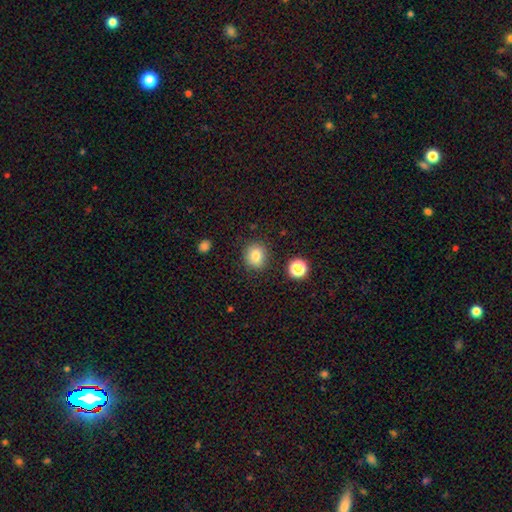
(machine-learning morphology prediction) smooth-or-featured: smooth: 81% | star or artifact: 12% | featured or disk: 7%
  how-rounded: round: 80% | in between: 20% | cigar-shaped: 1%
  merging: none: 87% | minor disturbance: 8% | major disturbance: 3% | merger: 2%